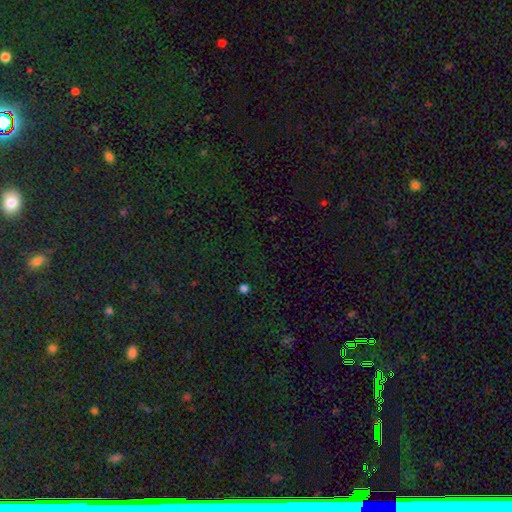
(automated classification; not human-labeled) This appears to be a star or artifact, not a galaxy (78%).